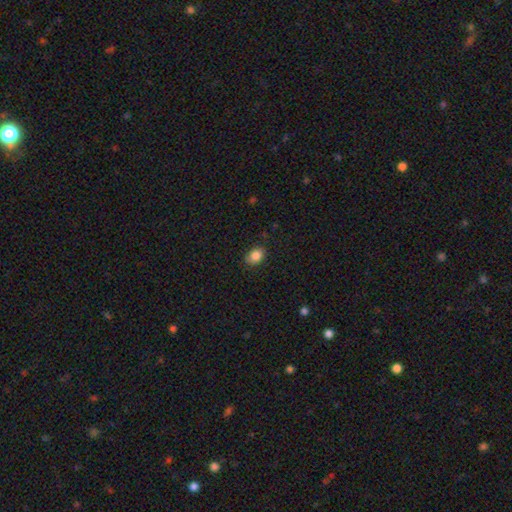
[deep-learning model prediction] Smooth or featured?
  - smooth: 86% *
  - star or artifact: 9%
  - featured or disk: 5%
How rounded?
  - in between: 73% *
  - round: 26%
  - cigar-shaped: 1%
Merging?
  - none: 85% *
  - minor disturbance: 12%
  - major disturbance: 2%
  - merger: 1%